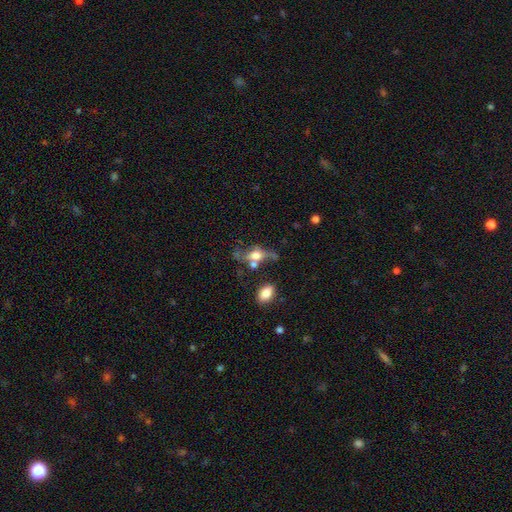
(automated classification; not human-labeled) Smooth or featured? featured or disk (46%)
Merging? none (43%)